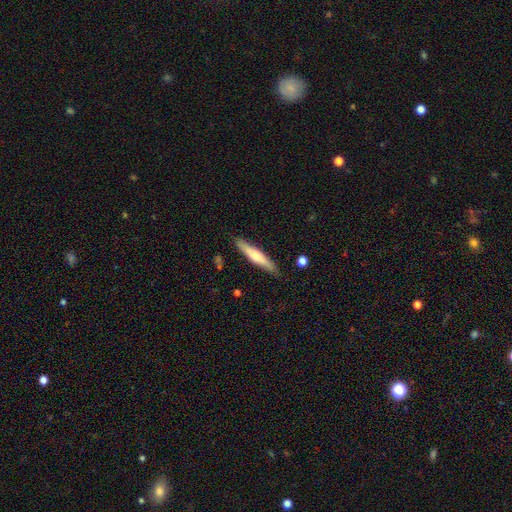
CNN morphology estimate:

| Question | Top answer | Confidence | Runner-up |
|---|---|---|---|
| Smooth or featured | smooth | 49% | featured or disk (46%) |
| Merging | none | 86% | minor disturbance (10%) |